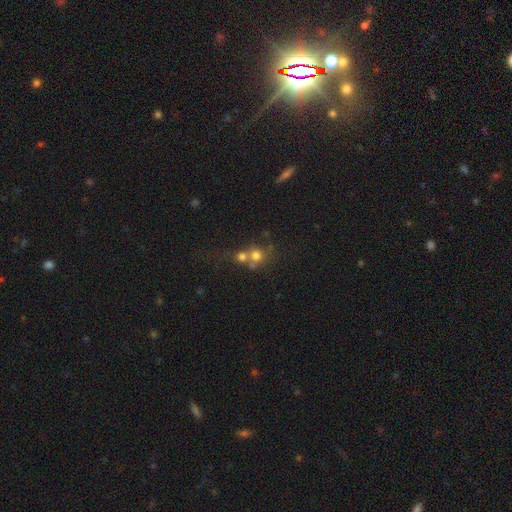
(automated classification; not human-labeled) Morphology: type=smooth (66%); roundness=round (84%); merging=merger (50%).